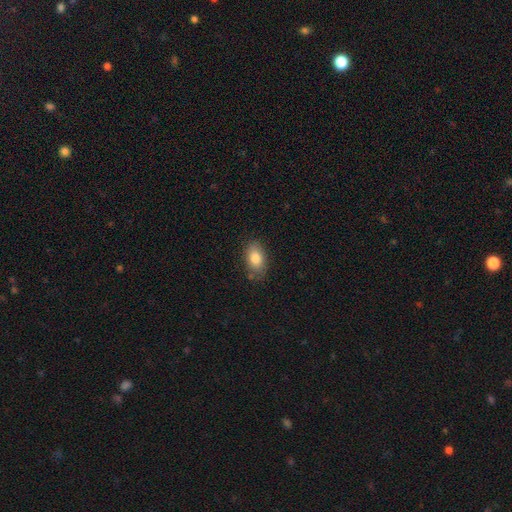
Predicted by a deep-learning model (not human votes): smooth_or_featured: smooth (p=0.83) [alt: featured or disk p=0.09]
how_rounded: in between (p=0.89) [alt: round p=0.09]
merging: none (p=0.81) [alt: minor disturbance p=0.14]